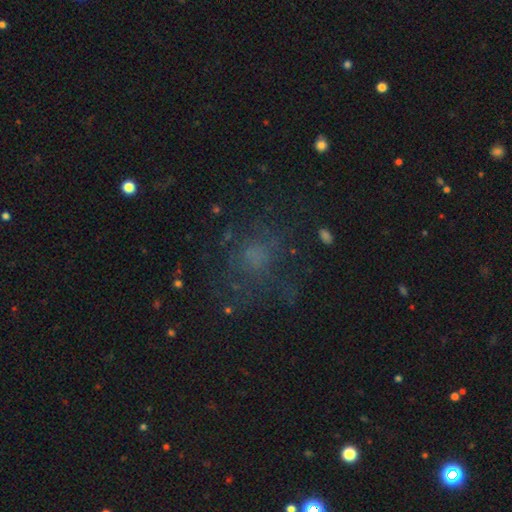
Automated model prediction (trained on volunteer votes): smooth_or_featured: smooth (p=0.44) [alt: featured or disk p=0.29]
merging: none (p=0.60) [alt: major disturbance p=0.21]